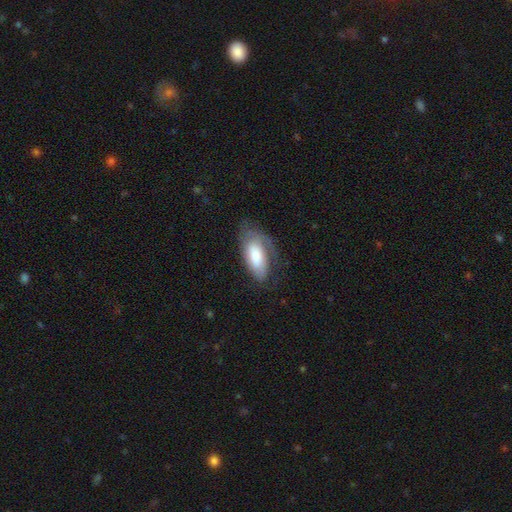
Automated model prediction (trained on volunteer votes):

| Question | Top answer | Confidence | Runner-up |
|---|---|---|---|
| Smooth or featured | smooth | 56% | featured or disk (38%) |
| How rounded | in between | 88% | cigar-shaped (9%) |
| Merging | none | 53% | minor disturbance (28%) |